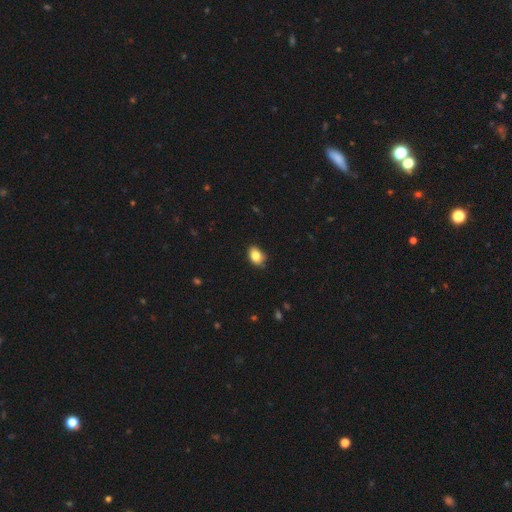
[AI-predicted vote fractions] Q: Smooth or featured?
A: smooth (84%); runner-up: star or artifact (9%)
Q: How rounded?
A: in between (74%); runner-up: round (25%)
Q: Merging?
A: none (78%); runner-up: minor disturbance (19%)